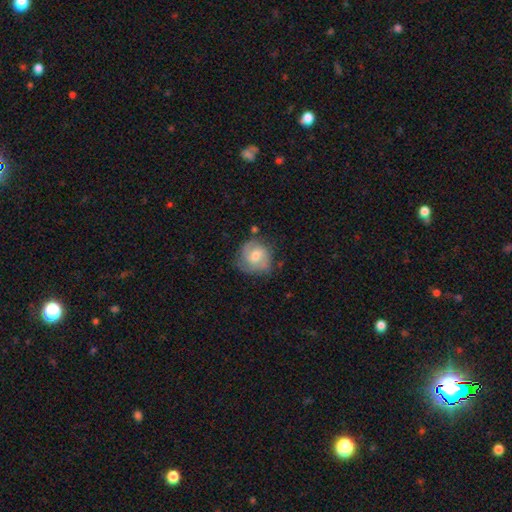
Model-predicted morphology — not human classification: smooth_or_featured: featured or disk (p=0.56) [alt: smooth p=0.37]
disk_edge_on: no (p=0.97) [alt: yes p=0.03]
bar: no (p=0.51) [alt: weak p=0.42]
has_spiral_arms: yes (p=0.85) [alt: no p=0.15]
bulge_size: moderate (p=0.67) [alt: small p=0.23]
merging: none (p=0.65) [alt: minor disturbance p=0.24]